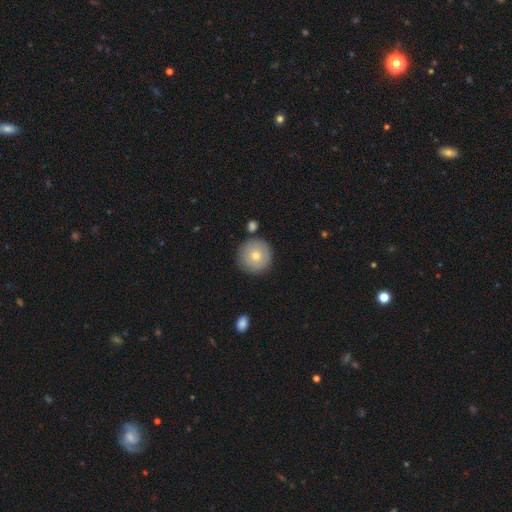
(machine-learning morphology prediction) Overall: smooth (71%). How rounded: round (96%). Merging: none (88%).